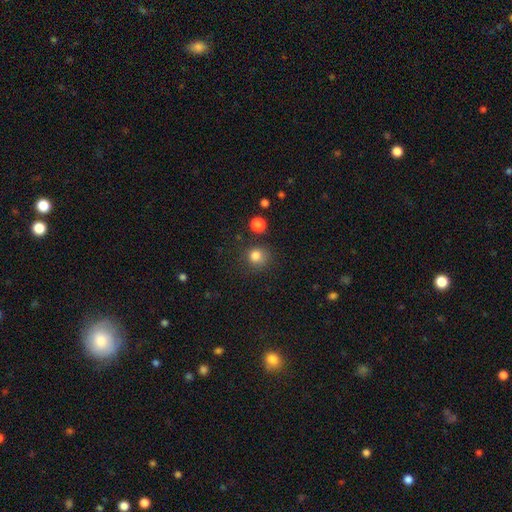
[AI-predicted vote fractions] Overall: smooth (82%). How rounded: round (88%). Merging: none (77%).